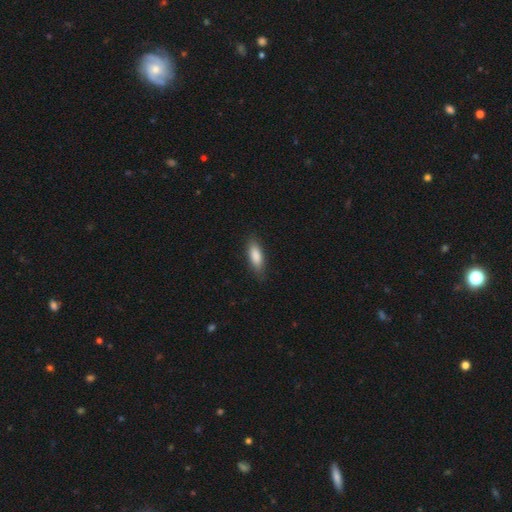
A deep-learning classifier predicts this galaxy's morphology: type=smooth (85%); roundness=in between (60%); merging=none (83%).